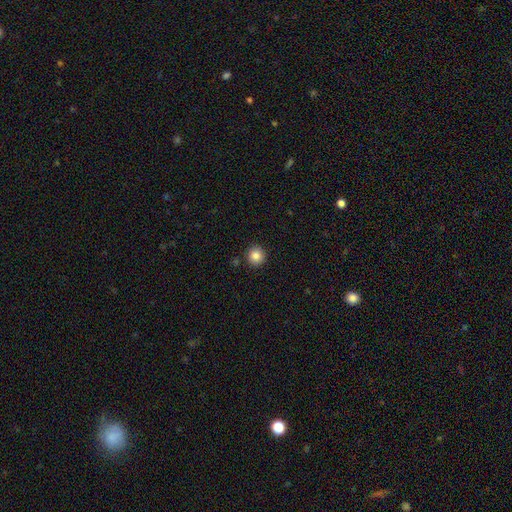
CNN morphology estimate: smooth-or-featured: smooth: 84% | star or artifact: 10% | featured or disk: 6%
  how-rounded: round: 94% | in between: 5% | cigar-shaped: 1%
  merging: none: 90% | minor disturbance: 6% | merger: 2% | major disturbance: 2%